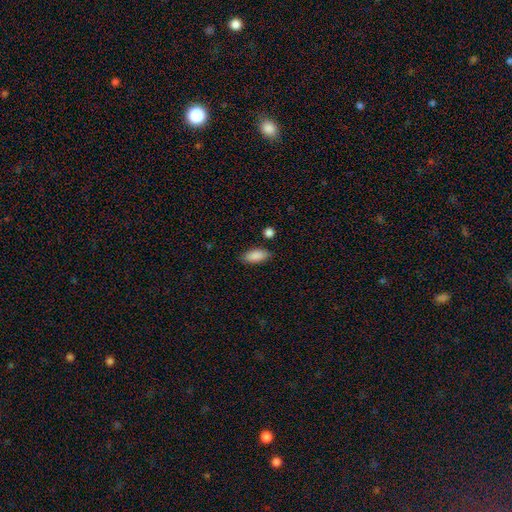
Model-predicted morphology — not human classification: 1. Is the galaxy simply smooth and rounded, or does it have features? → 89% smooth, 7% star or artifact, 5% featured or disk.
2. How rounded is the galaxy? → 88% in between, 10% cigar-shaped, 2% round.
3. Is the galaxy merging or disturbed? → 84% none, 11% minor disturbance, 3% merger, 3% major disturbance.